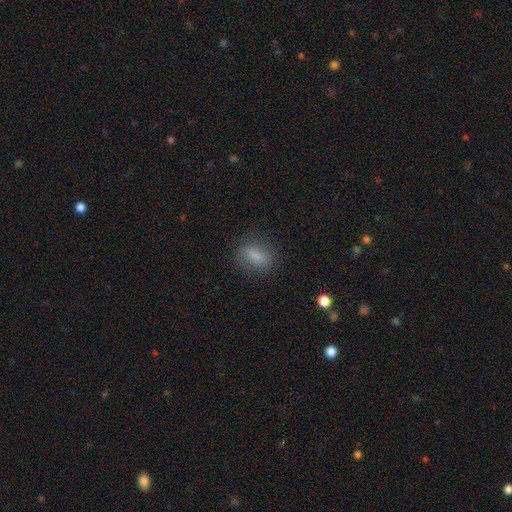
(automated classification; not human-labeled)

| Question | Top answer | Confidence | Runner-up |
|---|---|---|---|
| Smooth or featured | smooth | 79% | featured or disk (11%) |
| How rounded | in between | 72% | round (19%) |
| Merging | none | 79% | minor disturbance (14%) |